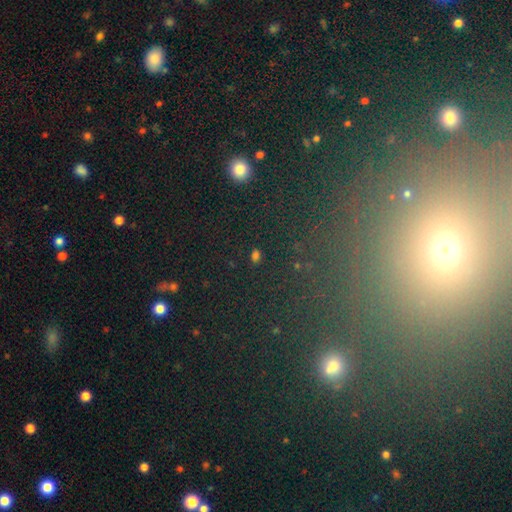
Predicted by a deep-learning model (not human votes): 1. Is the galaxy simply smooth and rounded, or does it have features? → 58% smooth, 34% star or artifact, 7% featured or disk.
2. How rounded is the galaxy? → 49% round, 47% in between, 4% cigar-shaped.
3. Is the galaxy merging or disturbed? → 86% none, 7% minor disturbance, 3% major disturbance, 3% merger.